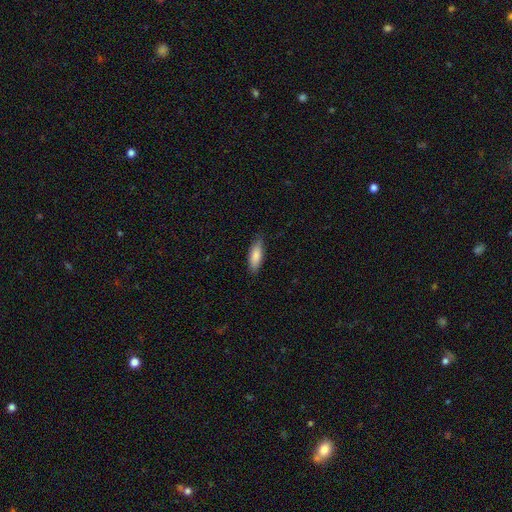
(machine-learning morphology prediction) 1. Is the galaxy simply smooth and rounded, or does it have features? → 85% smooth, 10% featured or disk, 6% star or artifact.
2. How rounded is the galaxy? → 64% in between, 35% cigar-shaped, 2% round.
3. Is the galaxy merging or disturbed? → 81% none, 16% minor disturbance, 2% major disturbance, 1% merger.